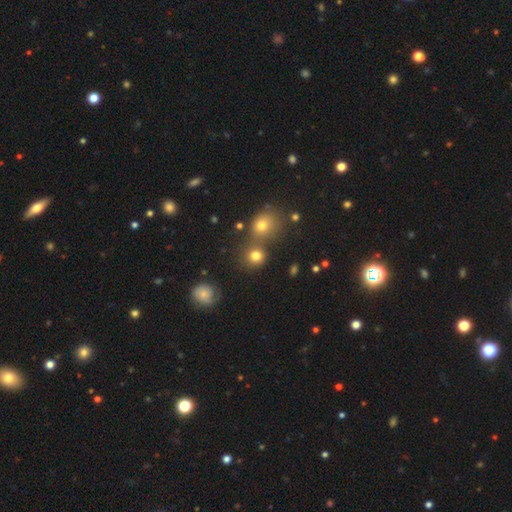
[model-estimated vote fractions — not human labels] Smooth or featured? smooth (77%)
How rounded? round (85%)
Merging? none (61%)